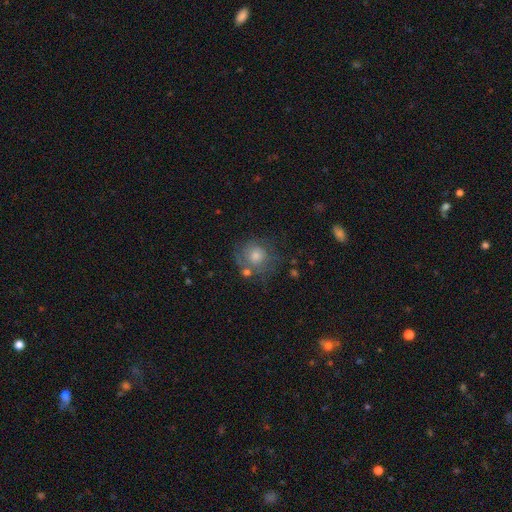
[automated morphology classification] smooth_or_featured: smooth (p=0.54) [alt: featured or disk p=0.33]
how_rounded: round (p=0.86) [alt: in between p=0.13]
merging: none (p=0.63) [alt: minor disturbance p=0.19]